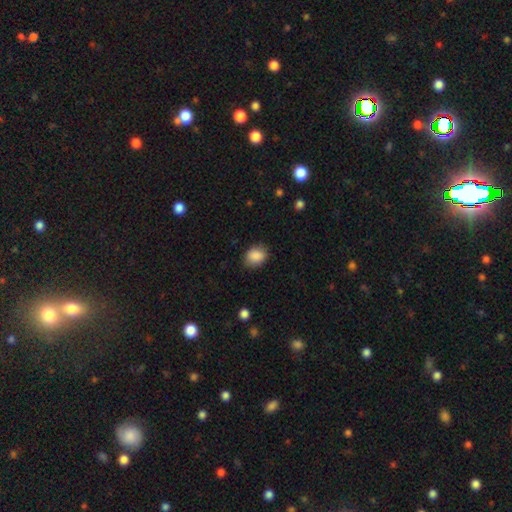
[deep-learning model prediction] Q: Smooth or featured?
A: smooth (88%); runner-up: star or artifact (8%)
Q: How rounded?
A: in between (51%); runner-up: round (48%)
Q: Merging?
A: none (81%); runner-up: minor disturbance (15%)